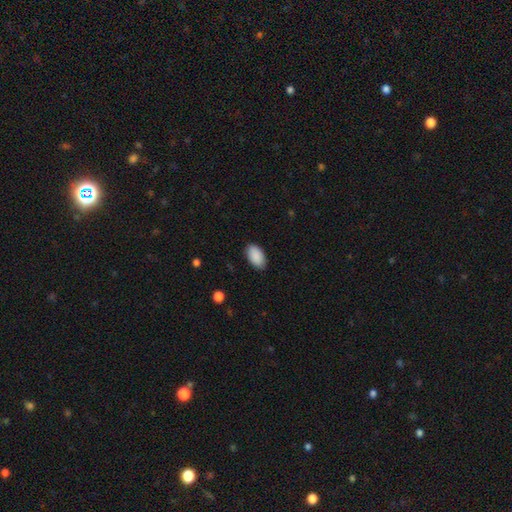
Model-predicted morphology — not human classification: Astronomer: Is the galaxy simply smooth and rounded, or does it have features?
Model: smooth — 91%.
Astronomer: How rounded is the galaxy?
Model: in between — 95%.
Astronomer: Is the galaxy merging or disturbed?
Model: none — 86%.